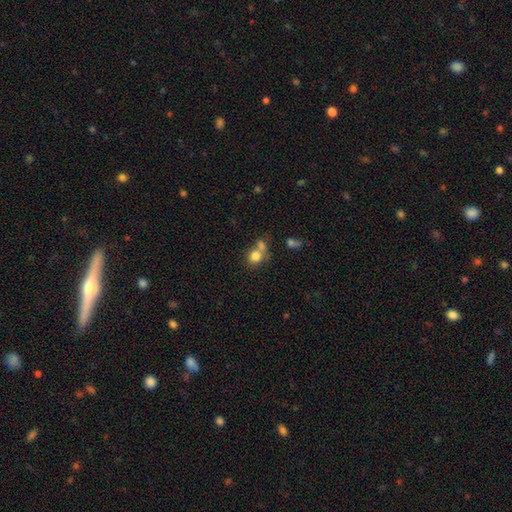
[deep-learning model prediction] A smooth galaxy with no disk features (79%) that is round (79%).

Vote fractions:
- Smooth or featured? smooth: 79% / star or artifact: 11% / featured or disk: 10%
- How rounded? round: 79% / in between: 20% / cigar-shaped: 1%
- Merging? none: 43% / merger: 42% / minor disturbance: 9% / major disturbance: 5%